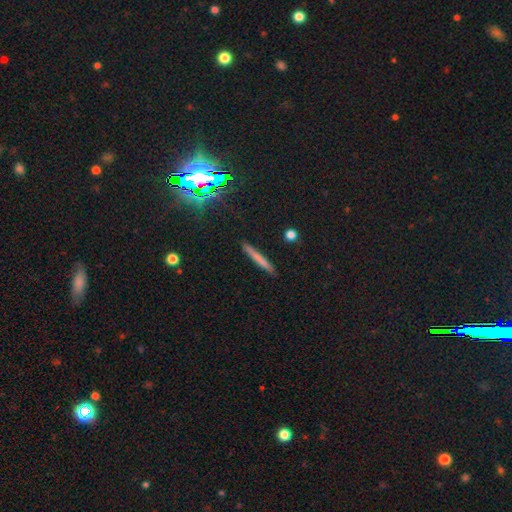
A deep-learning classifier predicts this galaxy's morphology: Smooth or featured? smooth (59%)
How rounded? cigar-shaped (95%)
Merging? none (89%)